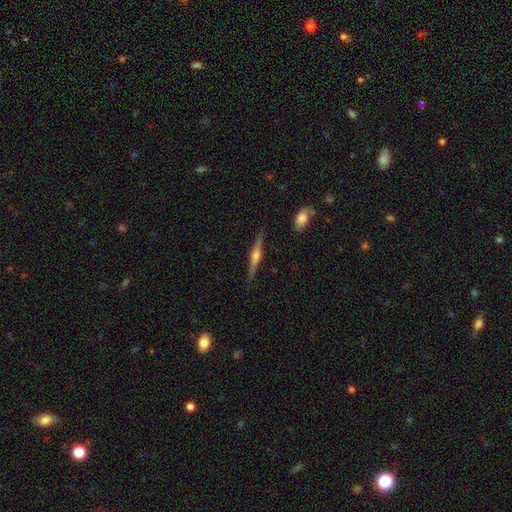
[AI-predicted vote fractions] smooth-or-featured: featured or disk: 80% | smooth: 15% | star or artifact: 6%
  disk-edge-on: yes: 98% | no: 2%
    edge-on-bulge: rounded: 92% | boxy: 5% | none: 3%
  merging: none: 89% | minor disturbance: 8% | major disturbance: 2% | merger: 2%